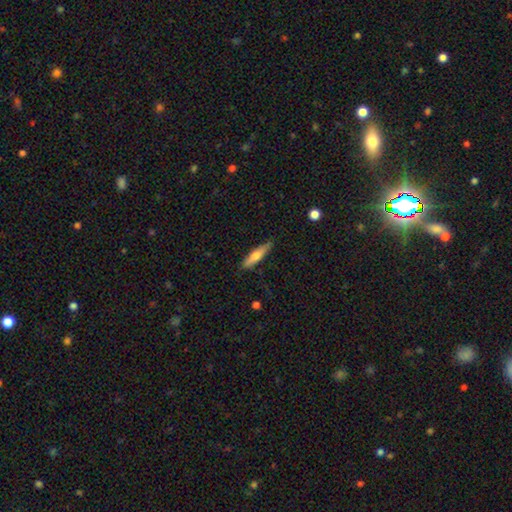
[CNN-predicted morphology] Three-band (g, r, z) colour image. It shows a smooth galaxy with no disk features (64%) that is cigar-shaped (80%). Merging: none (85%).